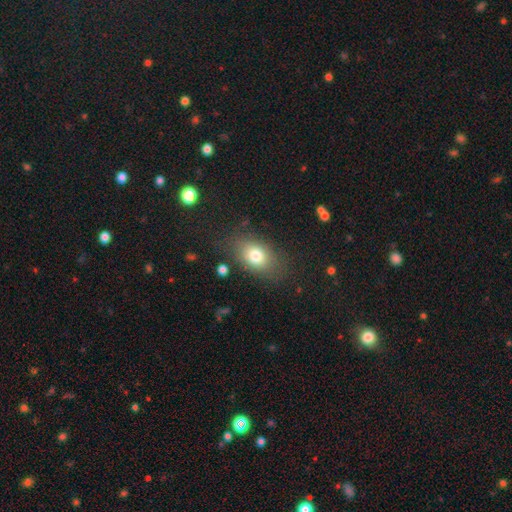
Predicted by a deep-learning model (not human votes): A smooth galaxy with no disk features (78%) that is in between round and cigar-shaped (79%).

Vote fractions:
- Smooth or featured? smooth: 78% / featured or disk: 12% / star or artifact: 10%
- How rounded? in between: 79% / round: 19% / cigar-shaped: 2%
- Merging? none: 77% / minor disturbance: 15% / major disturbance: 7% / merger: 2%